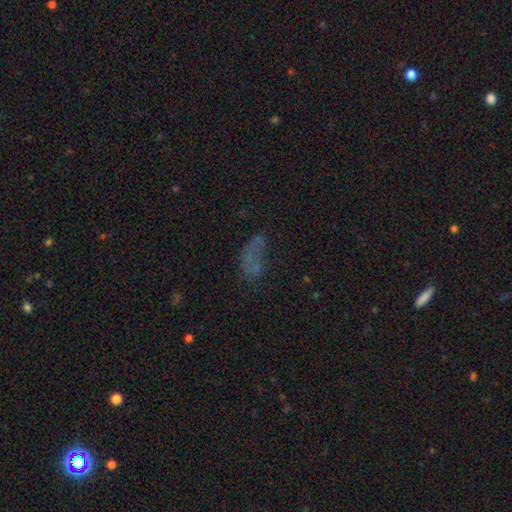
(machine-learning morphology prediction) star or artifact 37%, smooth 35%, featured or disk 28%.